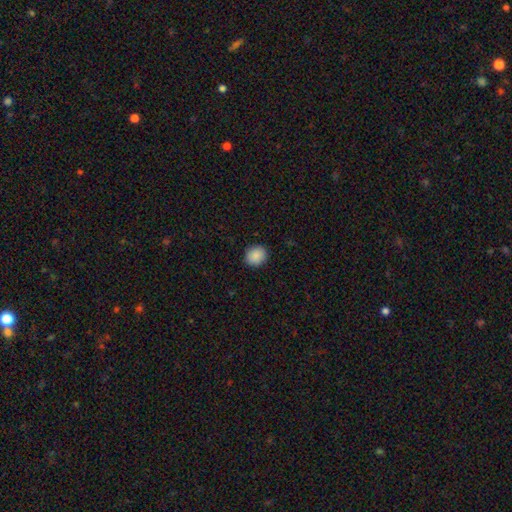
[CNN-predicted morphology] smooth-or-featured: smooth: 89% | star or artifact: 8% | featured or disk: 3%
  how-rounded: round: 79% | in between: 20% | cigar-shaped: 1%
  merging: none: 90% | minor disturbance: 7% | major disturbance: 2% | merger: 1%